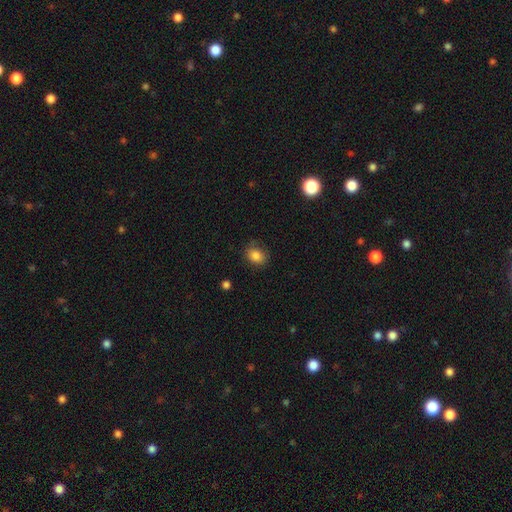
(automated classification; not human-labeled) Q: Smooth or featured?
A: smooth (84%); runner-up: star or artifact (10%)
Q: How rounded?
A: round (54%); runner-up: in between (45%)
Q: Merging?
A: none (78%); runner-up: minor disturbance (17%)